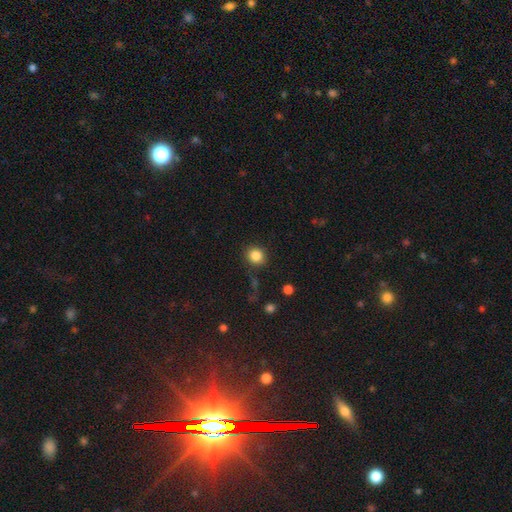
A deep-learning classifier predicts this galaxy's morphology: A smooth galaxy with no disk features (86%) that is round (83%). Merging: none (84%).